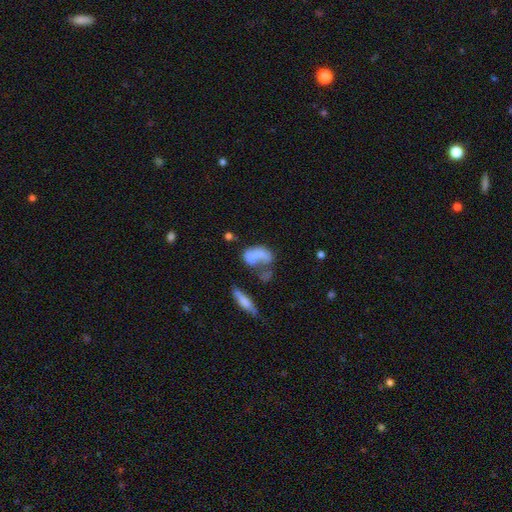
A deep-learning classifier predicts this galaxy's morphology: type=smooth (57%); roundness=in between (84%); merging=major disturbance (35%).